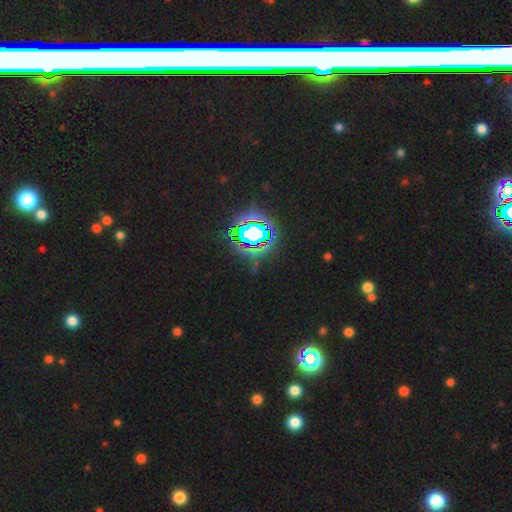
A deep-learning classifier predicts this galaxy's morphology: Smooth or featured?
  - star or artifact: 80% *
  - smooth: 12%
  - featured or disk: 8%